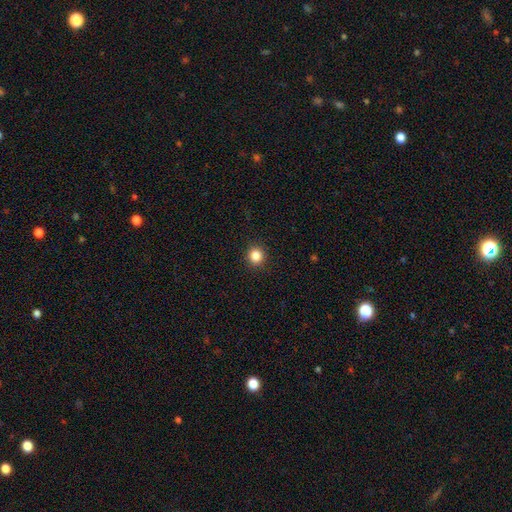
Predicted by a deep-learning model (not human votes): Q: Smooth or featured?
A: smooth (85%); runner-up: star or artifact (11%)
Q: How rounded?
A: round (91%); runner-up: in between (8%)
Q: Merging?
A: none (92%); runner-up: minor disturbance (5%)